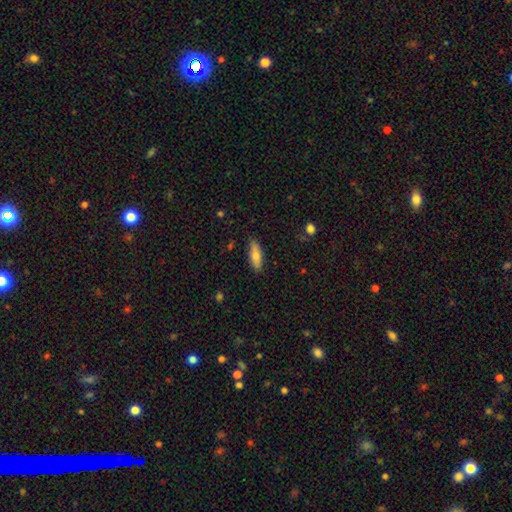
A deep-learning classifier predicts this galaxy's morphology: Smooth or featured: smooth — 77% (featured or disk — 17%)
How rounded: in between — 52% (cigar-shaped — 46%)
Merging: none — 84% (minor disturbance — 12%)